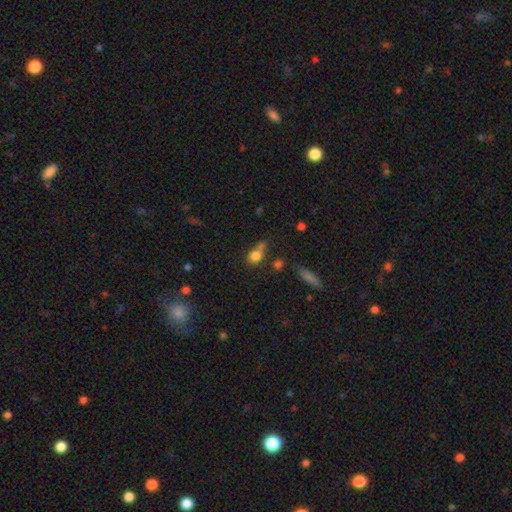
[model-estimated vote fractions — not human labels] smooth-or-featured: smooth: 80% | star or artifact: 12% | featured or disk: 8%
  how-rounded: round: 57% | in between: 40% | cigar-shaped: 3%
  merging: none: 48% | merger: 30% | minor disturbance: 15% | major disturbance: 6%